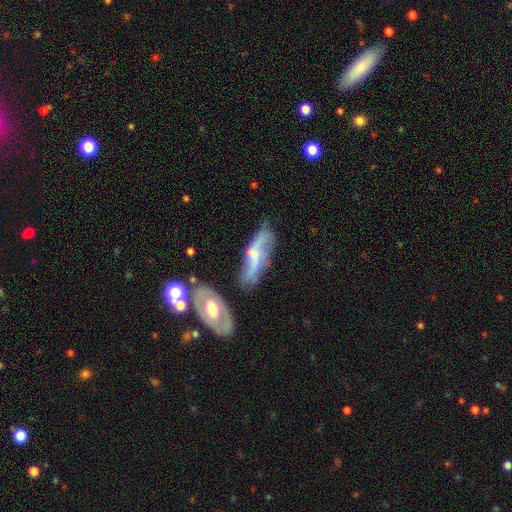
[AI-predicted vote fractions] featured or disk 69%, smooth 24%, star or artifact 7%. Down the decision tree: edge-on disk — no (77%); bar — no (47%); spiral arms — yes (81%); bulge size — small (43%); merging — none (55%).